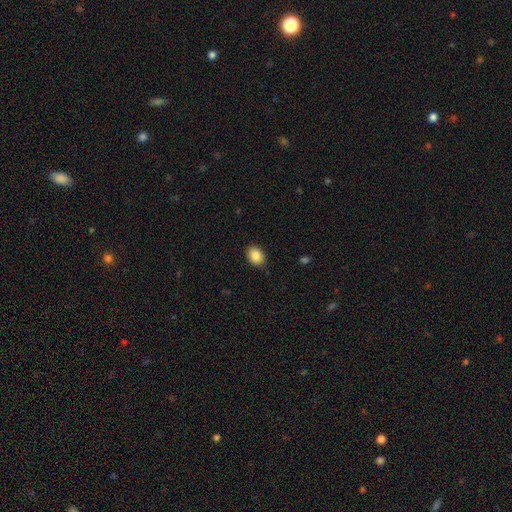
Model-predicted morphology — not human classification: Smooth or featured?
  - smooth: 88% *
  - star or artifact: 8%
  - featured or disk: 4%
How rounded?
  - in between: 60% *
  - round: 39%
  - cigar-shaped: 1%
Merging?
  - none: 88% *
  - minor disturbance: 9%
  - major disturbance: 2%
  - merger: 1%